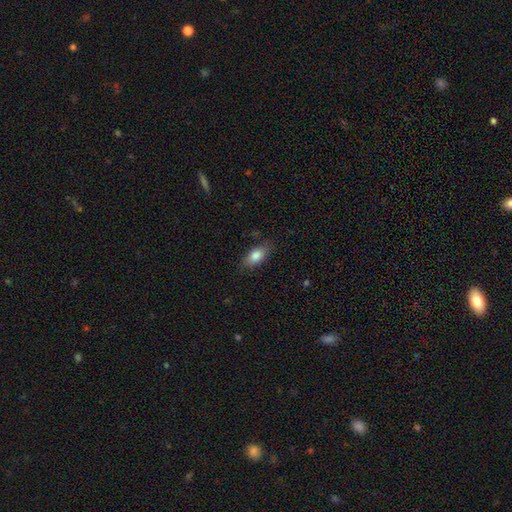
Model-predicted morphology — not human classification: This is clearly a smooth galaxy (81%). How rounded: clearly in between (85%). Merging: likely none (80%).